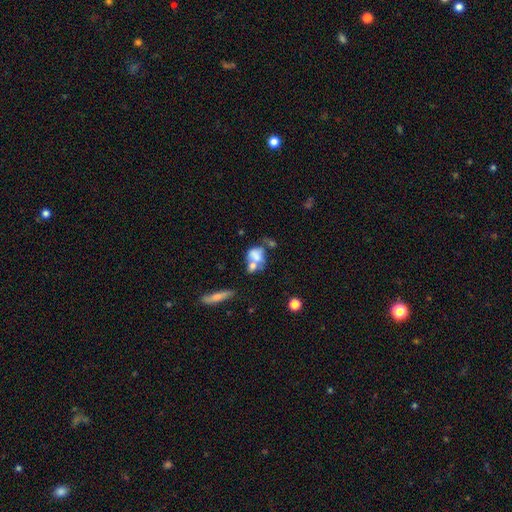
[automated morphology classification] A smooth galaxy with no disk features (58%) that is in between round and cigar-shaped (71%).

Vote fractions:
- Smooth or featured? smooth: 58% / featured or disk: 32% / star or artifact: 11%
- How rounded? in between: 71% / round: 25% / cigar-shaped: 4%
- Merging? merger: 51% / none: 21% / major disturbance: 14% / minor disturbance: 13%